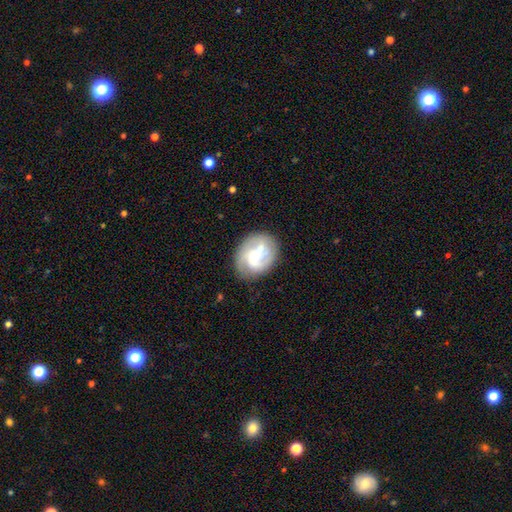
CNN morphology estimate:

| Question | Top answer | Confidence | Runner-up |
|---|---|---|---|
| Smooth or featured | featured or disk | 65% | smooth (28%) |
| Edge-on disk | no | 98% | yes (2%) |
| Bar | no | 48% | weak (39%) |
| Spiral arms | yes | 84% | no (16%) |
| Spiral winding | medium | 44% | tight (30%) |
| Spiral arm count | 2 | 37% | 3 (29%) |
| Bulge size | small | 50% | moderate (36%) |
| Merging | none | 69% | minor disturbance (18%) |